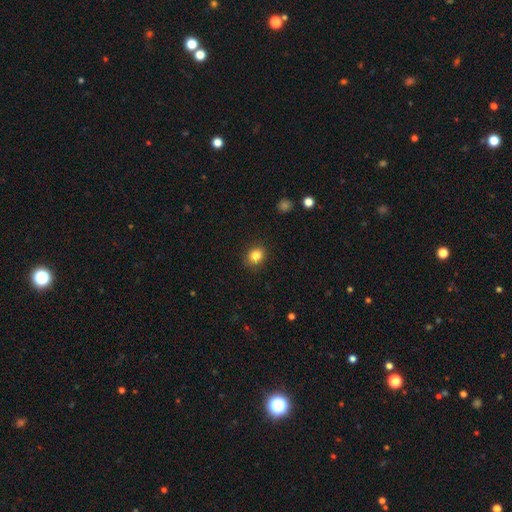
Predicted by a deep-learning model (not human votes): Overall: smooth (84%). How rounded: round (67%; in between 32%). Merging: none (89%).